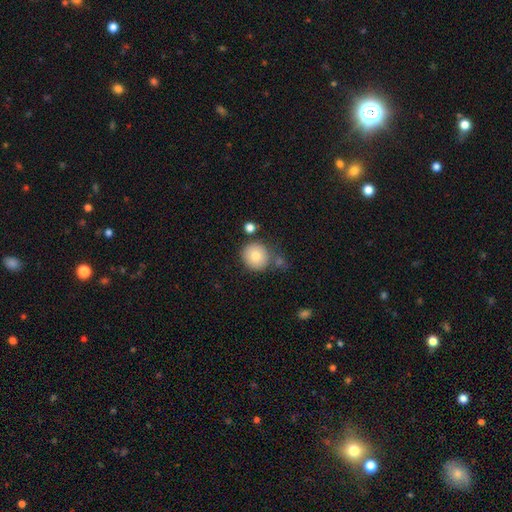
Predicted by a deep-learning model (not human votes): A smooth galaxy with no disk features (80%) that is round (90%). Merging: none (72%).